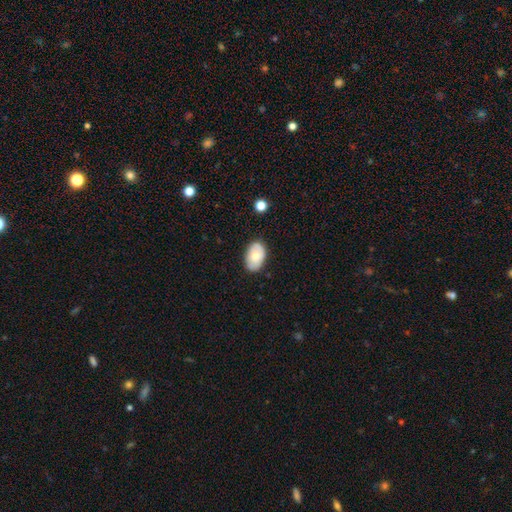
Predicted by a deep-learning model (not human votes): smooth-or-featured: smooth: 68% | featured or disk: 25% | star or artifact: 7%
  how-rounded: in between: 90% | round: 9% | cigar-shaped: 1%
  merging: none: 80% | minor disturbance: 15% | major disturbance: 3% | merger: 1%